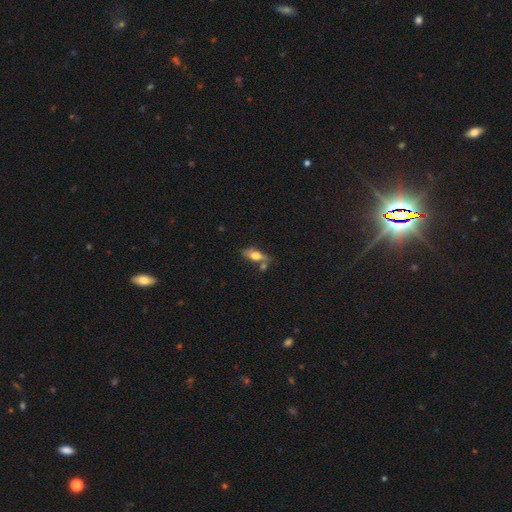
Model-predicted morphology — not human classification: smooth_or_featured: smooth (p=0.64) [alt: featured or disk p=0.27]
how_rounded: in between (p=0.78) [alt: cigar-shaped p=0.15]
merging: none (p=0.51) [alt: merger p=0.23]